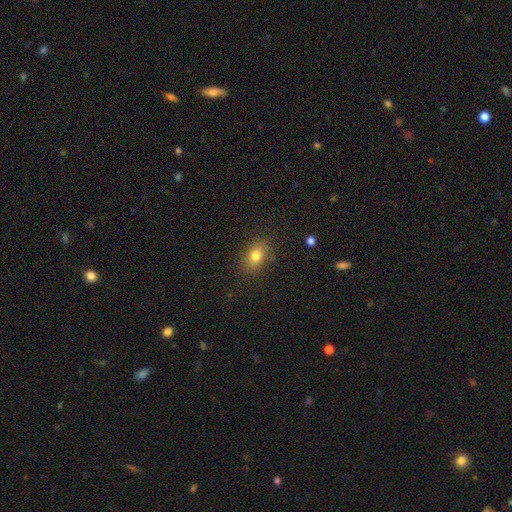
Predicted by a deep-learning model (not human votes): Overall: smooth (79%). How rounded: in between (74%). Merging: none (84%).